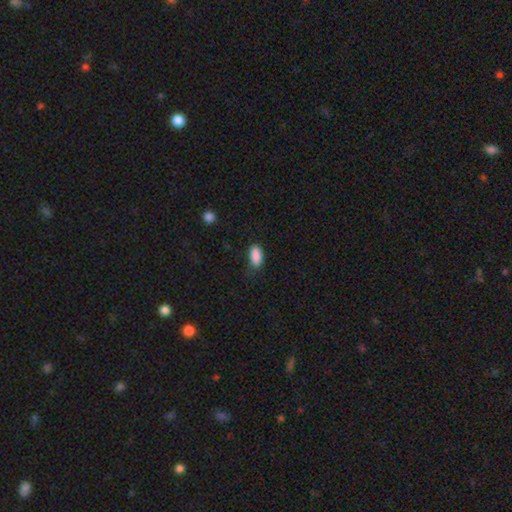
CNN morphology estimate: smooth 88%, star or artifact 8%, featured or disk 4%. Down the decision tree: how rounded — in between (89%); merging — none (72%).